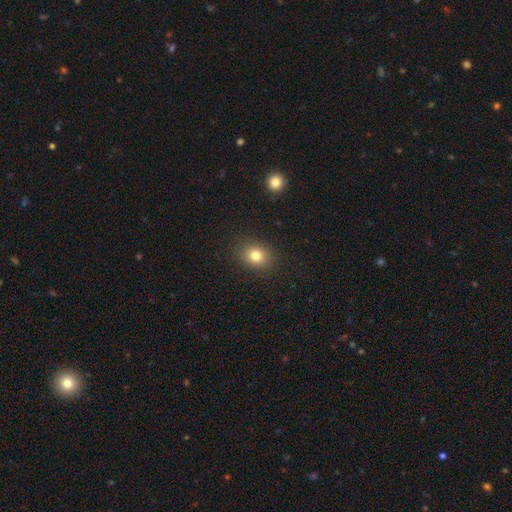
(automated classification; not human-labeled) A smooth galaxy with no disk features (80%) that is round (58%). Merging: none (88%).